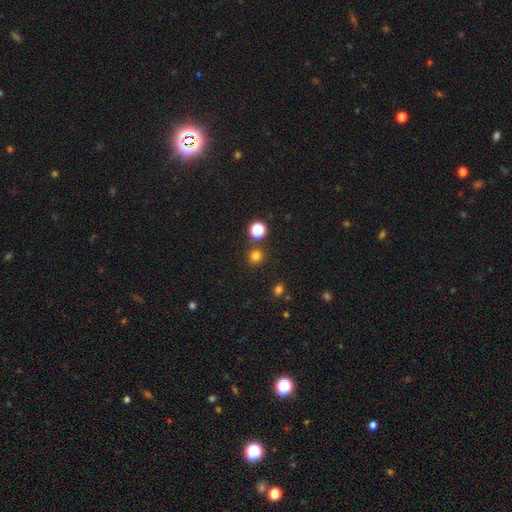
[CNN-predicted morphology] Smooth or featured: smooth — 78% (star or artifact — 17%)
How rounded: round — 89% (in between — 10%)
Merging: none — 82% (merger — 8%)